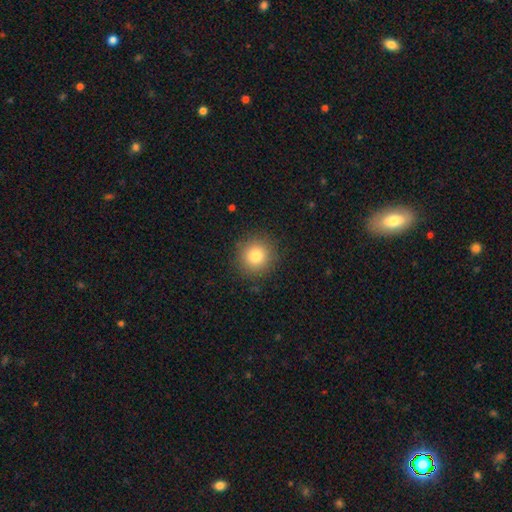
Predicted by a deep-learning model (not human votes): A smooth galaxy with no disk features (80%) that is round (94%).

Vote fractions:
- Smooth or featured? smooth: 80% / star or artifact: 12% / featured or disk: 8%
- How rounded? round: 94% / in between: 5% / cigar-shaped: 1%
- Merging? none: 90% / minor disturbance: 7% / major disturbance: 2% / merger: 1%